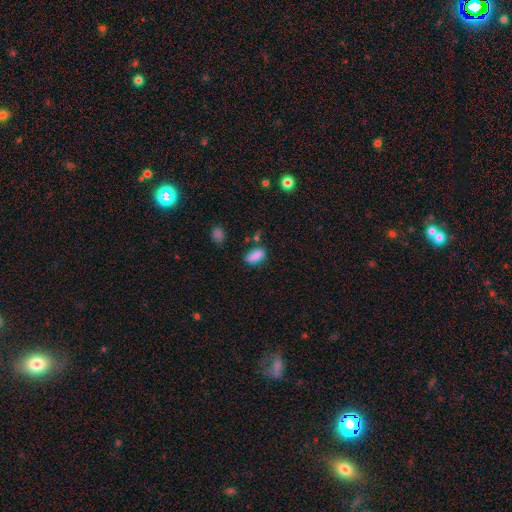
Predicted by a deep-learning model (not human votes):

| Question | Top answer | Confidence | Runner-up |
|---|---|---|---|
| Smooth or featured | smooth | 85% | star or artifact (9%) |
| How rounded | in between | 86% | cigar-shaped (9%) |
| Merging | none | 69% | minor disturbance (21%) |